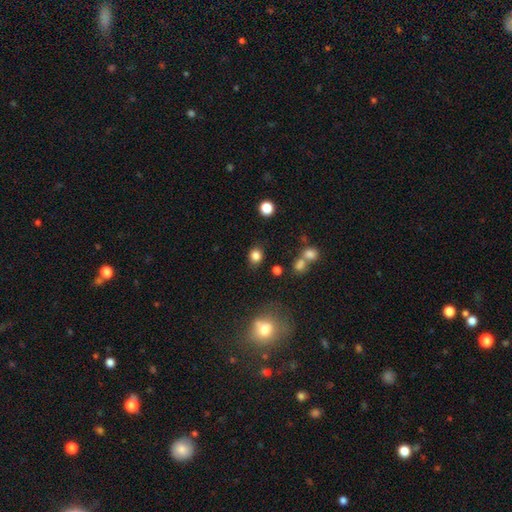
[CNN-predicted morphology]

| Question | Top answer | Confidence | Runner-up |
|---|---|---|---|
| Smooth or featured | smooth | 82% | star or artifact (13%) |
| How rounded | round | 66% | in between (33%) |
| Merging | none | 80% | minor disturbance (12%) |